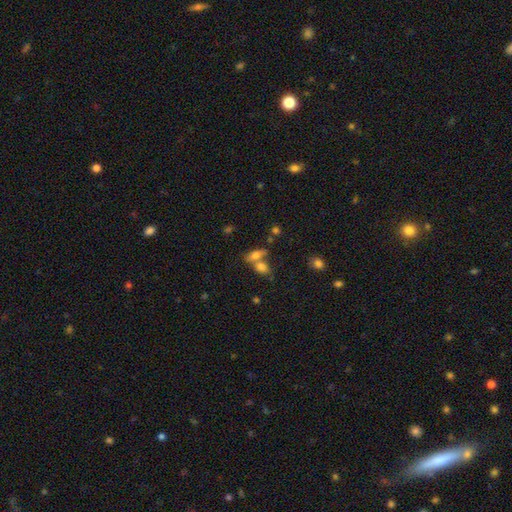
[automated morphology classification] smooth_or_featured: smooth (p=0.67) [alt: featured or disk p=0.22]
how_rounded: in between (p=0.70) [alt: cigar-shaped p=0.21]
merging: merger (p=0.44) [alt: none p=0.42]